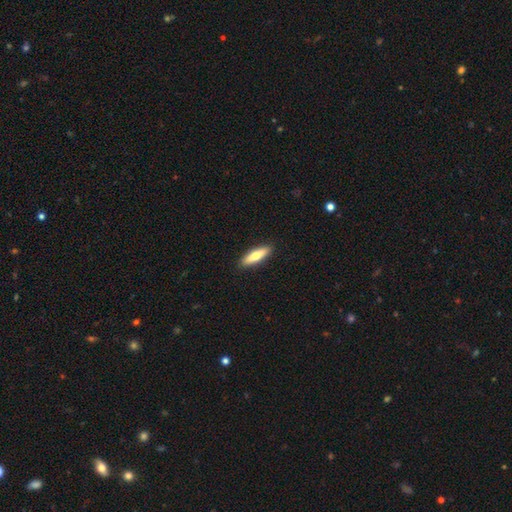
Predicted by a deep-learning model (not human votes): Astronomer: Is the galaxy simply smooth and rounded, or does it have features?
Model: smooth — 65%.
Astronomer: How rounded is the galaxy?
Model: cigar-shaped — 65%.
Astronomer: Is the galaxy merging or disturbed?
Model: none — 91%.